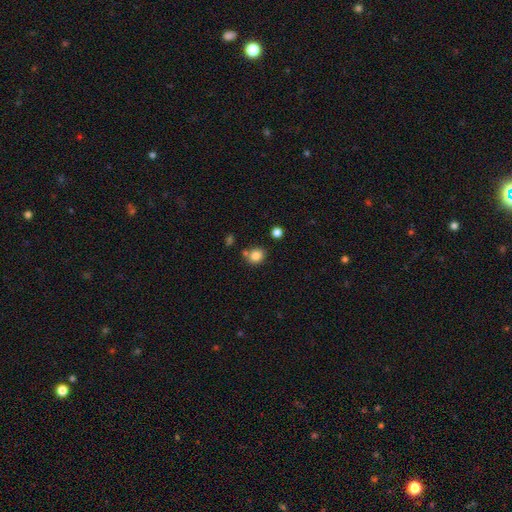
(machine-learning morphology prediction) Smooth or featured: smooth — 84% (star or artifact — 11%)
How rounded: round — 75% (in between — 24%)
Merging: none — 71% (merger — 13%)